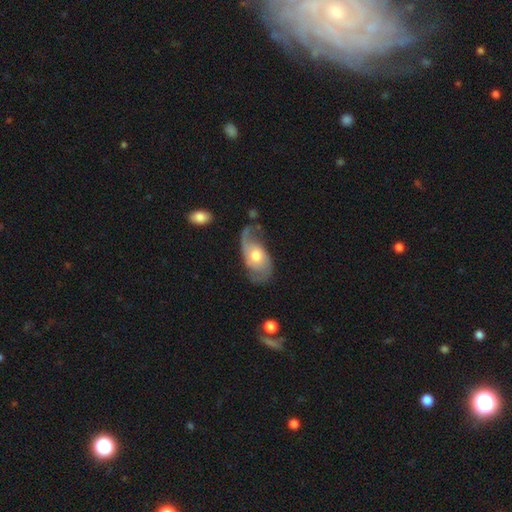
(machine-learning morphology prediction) The model was most divided on "spiral winding": loose: 49%, medium: 35%, tight: 16%. Remaining: edge-on disk — no (94%); spiral arms — yes (87%); bar — no (73%); bulge size — moderate (71%); smooth or featured — featured or disk (69%); spiral arm count — 2 (66%); merging — none (47%).